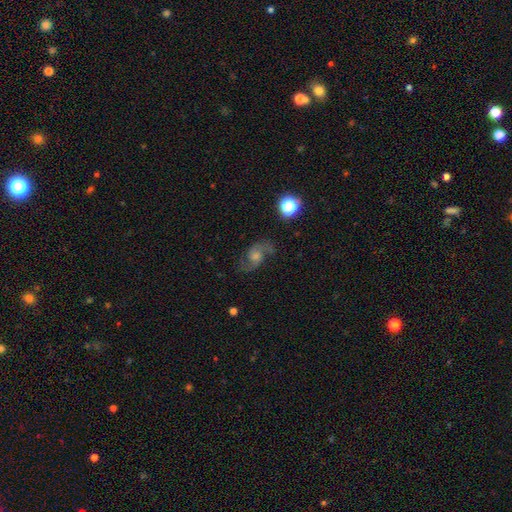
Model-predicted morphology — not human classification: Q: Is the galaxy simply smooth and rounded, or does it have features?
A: featured or disk — 78%.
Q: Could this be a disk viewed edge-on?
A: no — 97%.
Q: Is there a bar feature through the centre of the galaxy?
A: no — 61%.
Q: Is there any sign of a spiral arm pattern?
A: yes — 96%.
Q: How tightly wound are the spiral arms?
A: medium — 47%.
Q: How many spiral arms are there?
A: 2 — 92%.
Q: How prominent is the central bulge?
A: moderate — 47%.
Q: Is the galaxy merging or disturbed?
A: none — 74%.